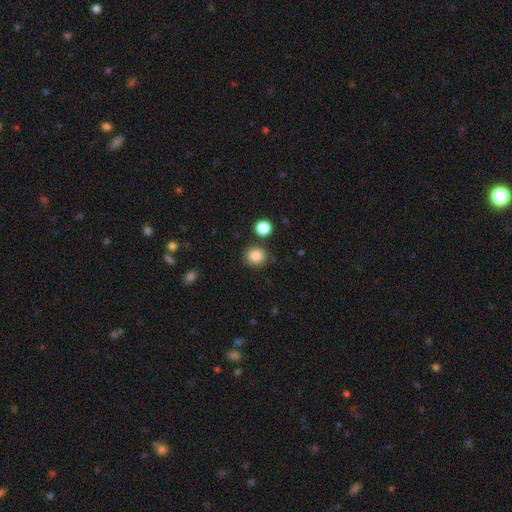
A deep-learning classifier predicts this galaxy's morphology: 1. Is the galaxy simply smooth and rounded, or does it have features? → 87% smooth, 10% star or artifact, 4% featured or disk.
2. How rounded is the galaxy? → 83% round, 16% in between, 1% cigar-shaped.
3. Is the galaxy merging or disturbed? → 82% none, 10% minor disturbance, 5% merger, 3% major disturbance.